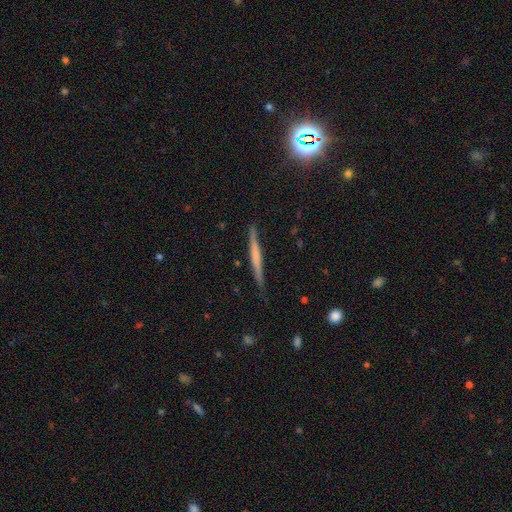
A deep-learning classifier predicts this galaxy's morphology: A featured or disk galaxy (53%) viewed edge-on (97%) with no central bulge (66%). Merging: none (86%).